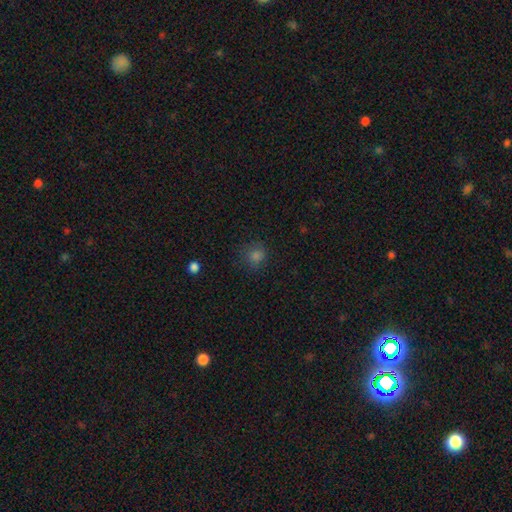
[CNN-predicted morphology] This is likely a smooth galaxy (77%). How rounded: clearly round (86%). Merging: clearly none (82%).